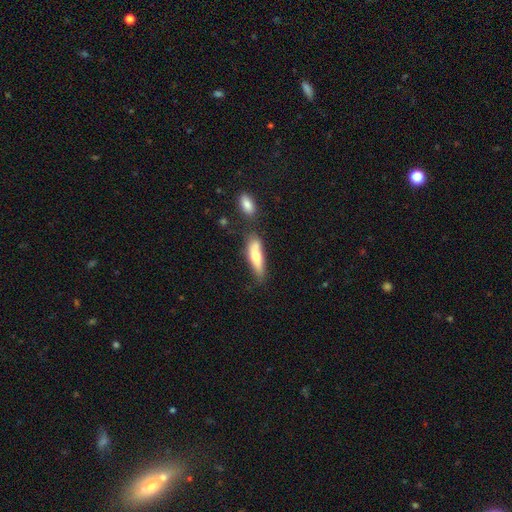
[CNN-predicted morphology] smooth_or_featured: smooth (p=0.67) [alt: featured or disk p=0.27]
how_rounded: cigar-shaped (p=0.64) [alt: in between p=0.34]
merging: none (p=0.52) [alt: minor disturbance p=0.24]